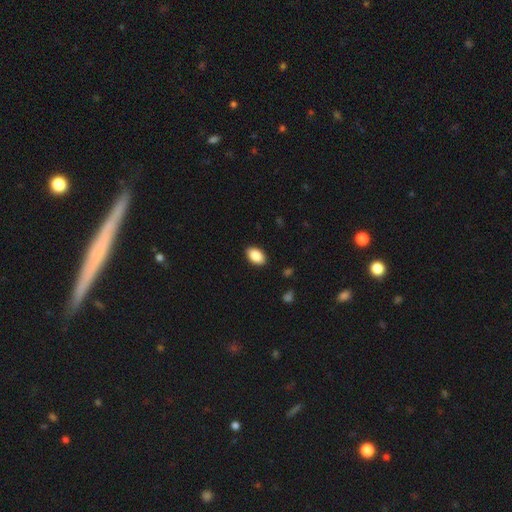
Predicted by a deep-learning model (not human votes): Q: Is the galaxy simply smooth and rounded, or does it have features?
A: smooth — 88%.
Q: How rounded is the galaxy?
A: in between — 92%.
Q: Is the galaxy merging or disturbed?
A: none — 90%.